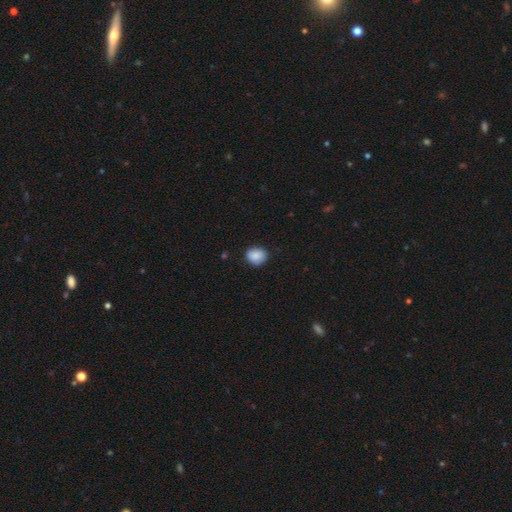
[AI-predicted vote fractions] This appears to be a smooth galaxy with no disk features (87%) that is round (69%). Merging: none (82%).